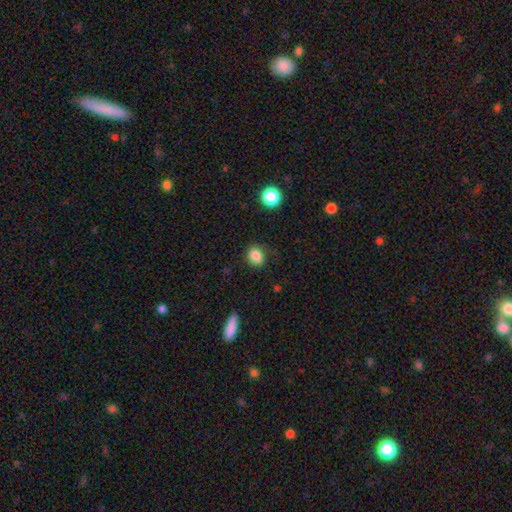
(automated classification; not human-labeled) smooth_or_featured: smooth (p=0.84) [alt: star or artifact p=0.10]
how_rounded: round (p=0.61) [alt: in between p=0.37]
merging: none (p=0.79) [alt: minor disturbance p=0.15]